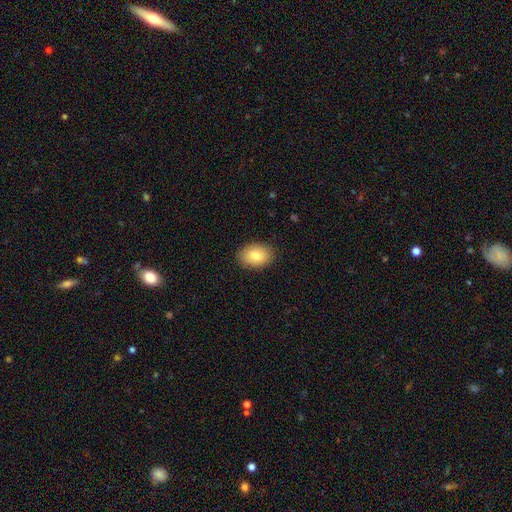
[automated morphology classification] A smooth galaxy with no disk features (81%) that is in between round and cigar-shaped (83%).

Vote fractions:
- Smooth or featured? smooth: 81% / featured or disk: 11% / star or artifact: 7%
- How rounded? in between: 83% / round: 15% / cigar-shaped: 1%
- Merging? none: 88% / minor disturbance: 9% / major disturbance: 2% / merger: 1%